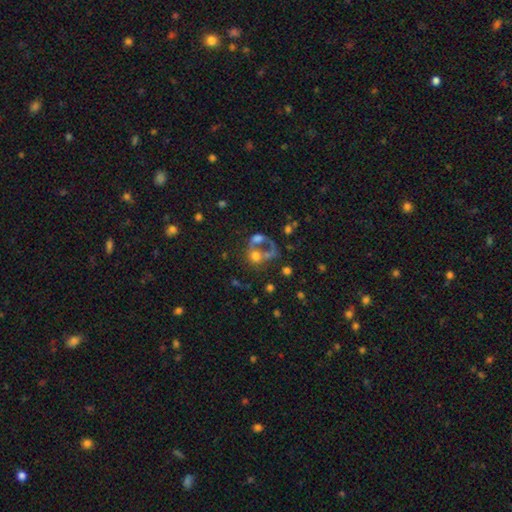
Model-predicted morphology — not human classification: The model was most divided on "smooth or featured": smooth: 49%, featured or disk: 36%, star or artifact: 16%. Remaining: merging — merger (50%).